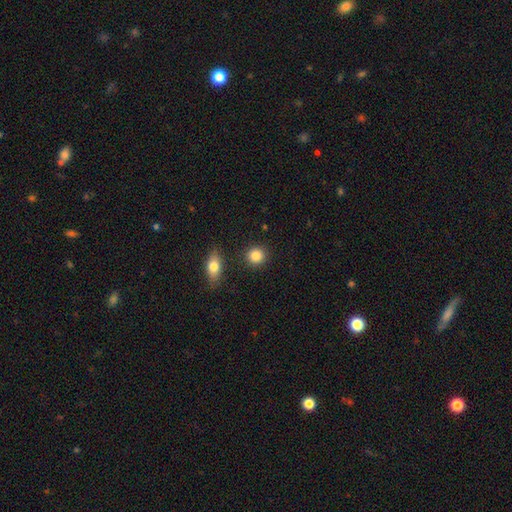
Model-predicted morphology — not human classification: Smooth or featured: smooth — 86% (star or artifact — 8%)
How rounded: round — 87% (in between — 12%)
Merging: none — 88% (minor disturbance — 6%)